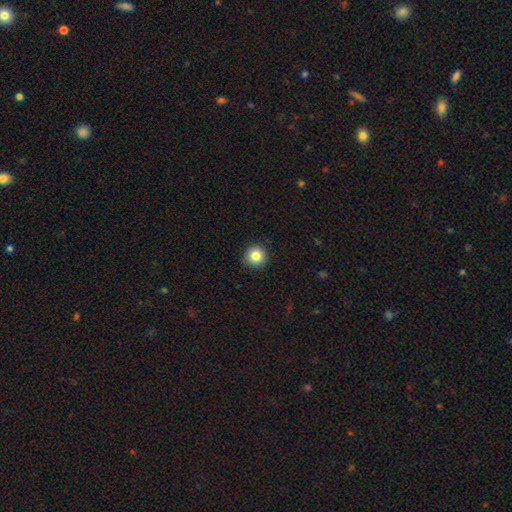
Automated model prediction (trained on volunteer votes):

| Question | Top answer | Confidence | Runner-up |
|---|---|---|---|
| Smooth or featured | smooth | 84% | star or artifact (10%) |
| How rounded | round | 94% | in between (5%) |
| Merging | none | 90% | minor disturbance (7%) |